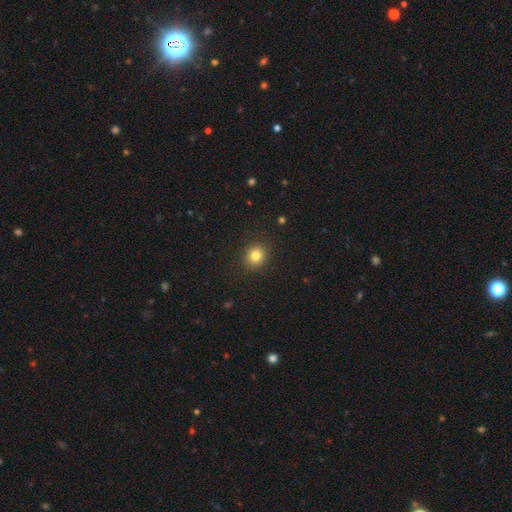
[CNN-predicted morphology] A smooth galaxy with no disk features (81%) that is round (79%). Merging: none (90%).